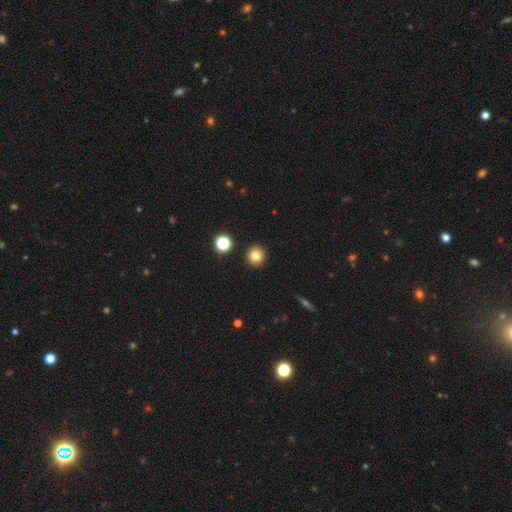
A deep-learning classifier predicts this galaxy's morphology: This is clearly a smooth galaxy (80%). How rounded: clearly round (94%). Merging: clearly none (92%).